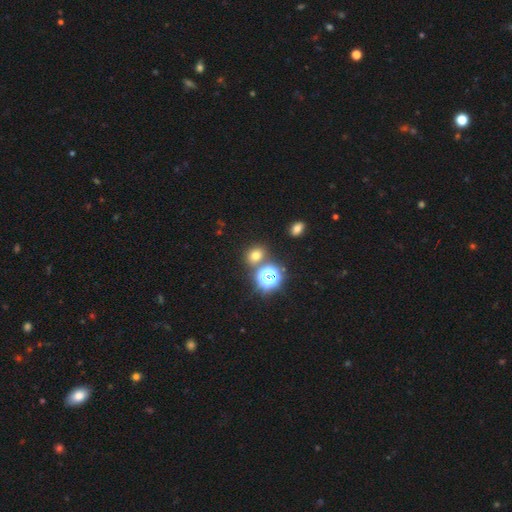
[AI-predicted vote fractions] A smooth galaxy with no disk features (65%) that is round (66%). Merging: none (76%).